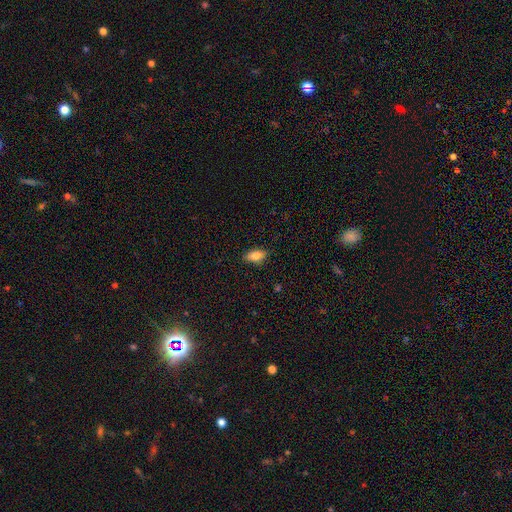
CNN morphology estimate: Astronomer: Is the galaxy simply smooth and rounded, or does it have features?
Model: smooth — 83%.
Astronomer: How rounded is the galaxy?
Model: in between — 88%.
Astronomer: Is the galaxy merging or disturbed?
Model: none — 84%.